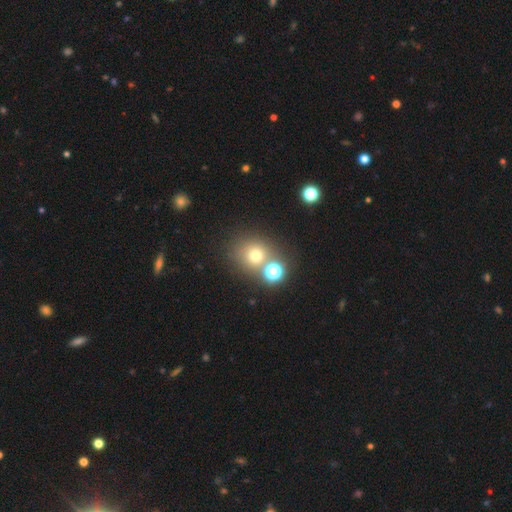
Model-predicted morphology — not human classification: This appears to be a smooth galaxy with no disk features (67%) that is round (85%). Merging: none (61%).